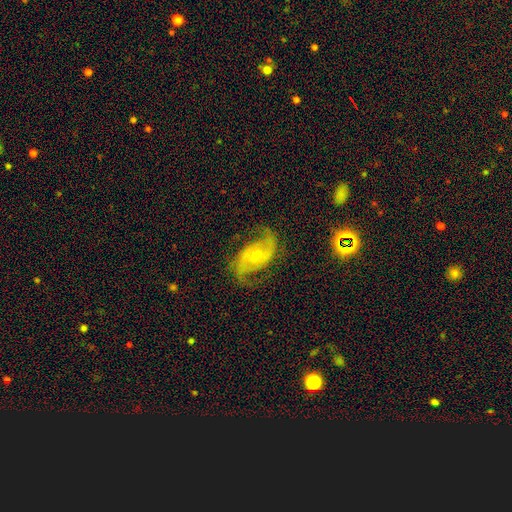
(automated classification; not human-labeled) Smooth or featured? featured or disk (89%)
Edge-on disk? no (97%)
Bar? weak (44%)
Spiral arms? yes (97%)
Spiral winding? medium (50%)
Spiral arm count? 2 (93%)
Bulge size? small (52%)
Merging? none (76%)